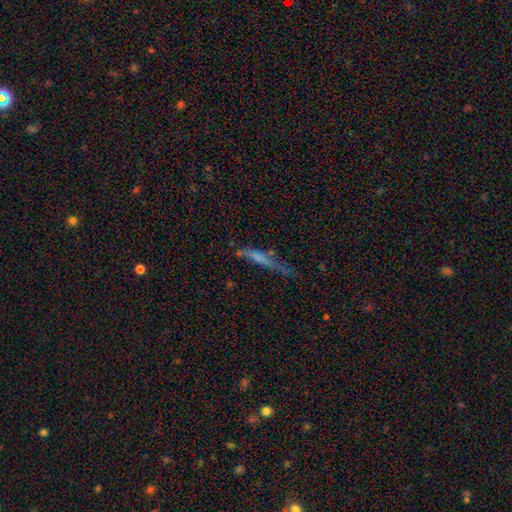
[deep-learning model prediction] A smooth galaxy with no disk features (50%). Merging: none (48%).